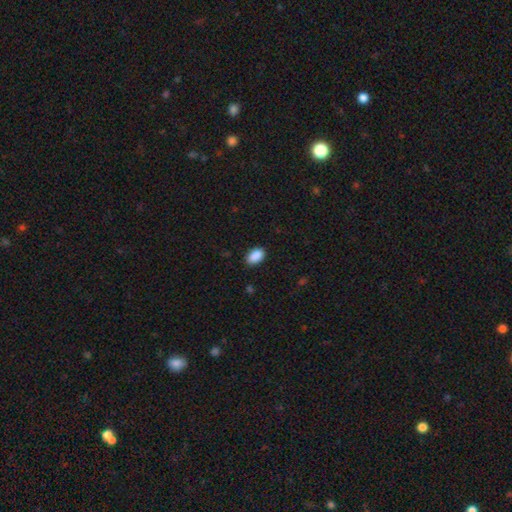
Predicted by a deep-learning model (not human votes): Smooth or featured? smooth (90%)
How rounded? in between (92%)
Merging? none (85%)